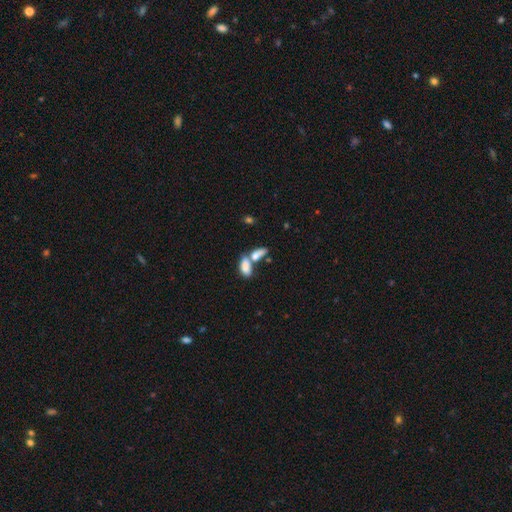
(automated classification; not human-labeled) Smooth or featured? Predicted: smooth (p=0.78). How rounded? Predicted: in between (p=0.83). Merging? Predicted: merger (p=0.59).